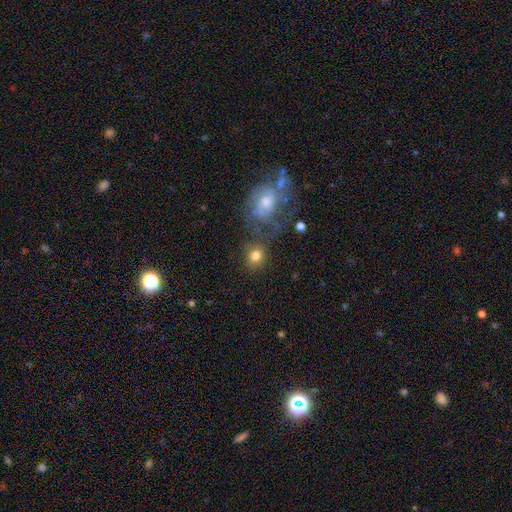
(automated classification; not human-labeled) smooth 78%, featured or disk 12%, star or artifact 10%. Down the decision tree: how rounded — round (78%); merging — none (66%).